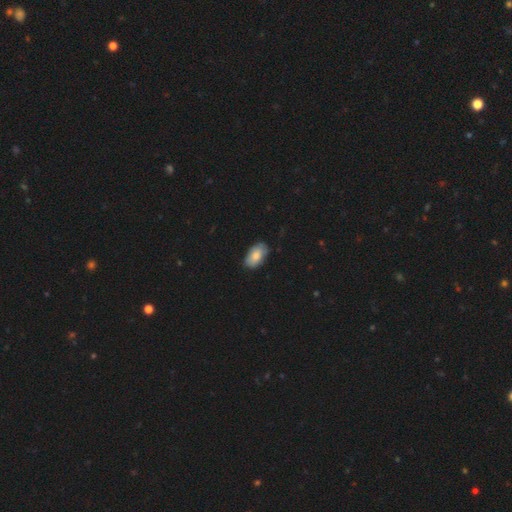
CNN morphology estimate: smooth 79%, featured or disk 14%, star or artifact 6%. Down the decision tree: how rounded — in between (93%); merging — none (77%).